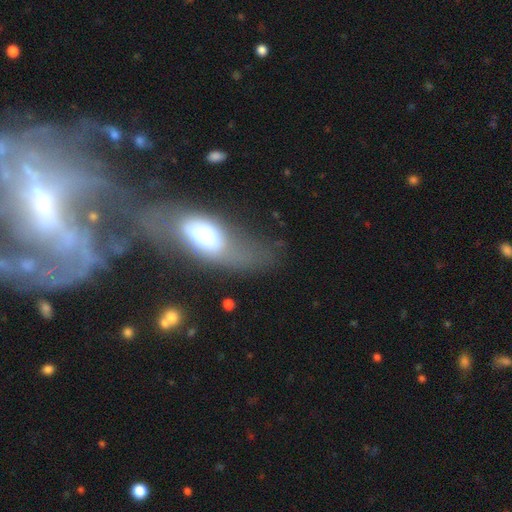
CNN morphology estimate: Smooth or featured?
  - smooth: 51% *
  - featured or disk: 39%
  - star or artifact: 10%
How rounded?
  - in between: 77% *
  - cigar-shaped: 17%
  - round: 6%
Merging?
  - major disturbance: 34% * (tied)
  - none: 34% * (tied)
  - minor disturbance: 23%
  - merger: 9%